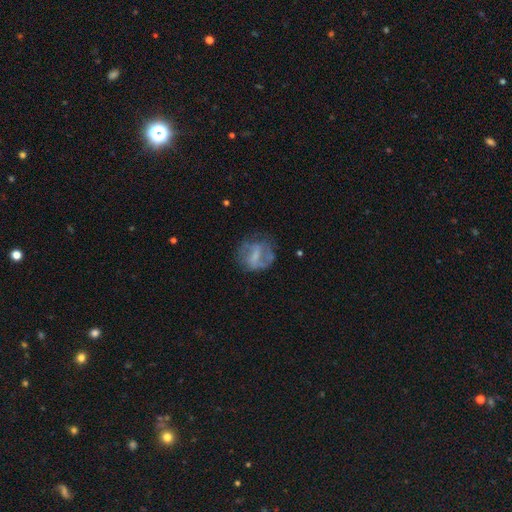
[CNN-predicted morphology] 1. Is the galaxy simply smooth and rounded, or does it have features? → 56% featured or disk, 35% smooth, 9% star or artifact.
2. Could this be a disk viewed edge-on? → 97% no, 3% yes.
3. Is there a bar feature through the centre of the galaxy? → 45% weak, 30% no, 25% strong.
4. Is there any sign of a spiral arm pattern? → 57% yes, 43% no.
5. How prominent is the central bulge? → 39% none, 31% small, 24% moderate, 5% large, 1% dominant.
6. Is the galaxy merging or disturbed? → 55% none, 22% minor disturbance, 20% major disturbance, 2% merger.